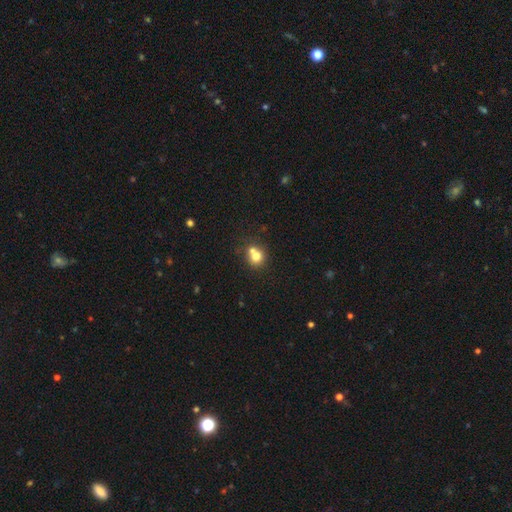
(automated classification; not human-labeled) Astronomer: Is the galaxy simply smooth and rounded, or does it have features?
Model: smooth — 73%.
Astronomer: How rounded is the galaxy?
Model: round — 83%.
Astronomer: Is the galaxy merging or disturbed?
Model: merger — 46% (runner-up: none, 43%).